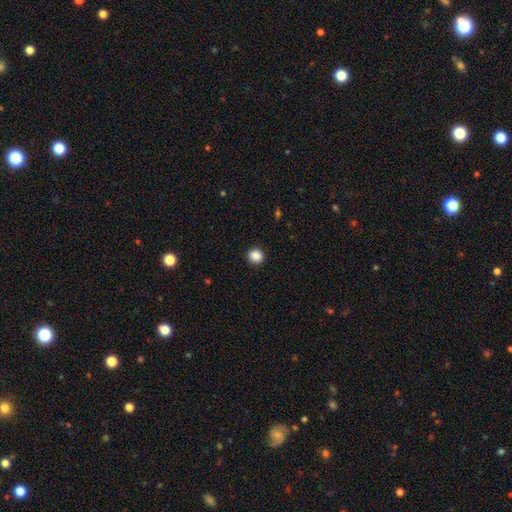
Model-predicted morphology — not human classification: Smooth or featured? smooth (88%)
How rounded? round (86%)
Merging? none (92%)